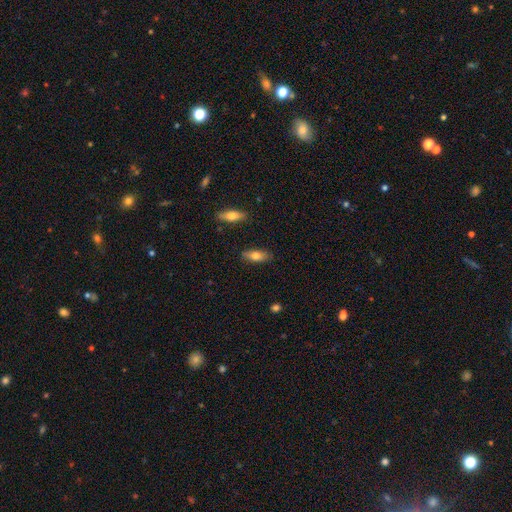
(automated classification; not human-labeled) smooth 75%, featured or disk 18%, star or artifact 7%. Down the decision tree: how rounded — in between (75%); merging — none (84%).